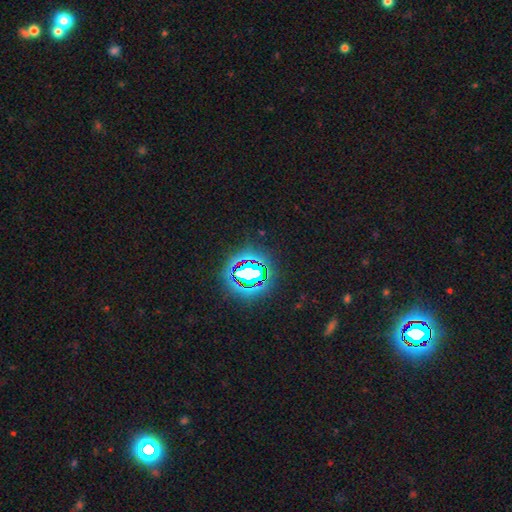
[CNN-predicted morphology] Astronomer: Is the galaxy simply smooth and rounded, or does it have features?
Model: star or artifact — 83%.